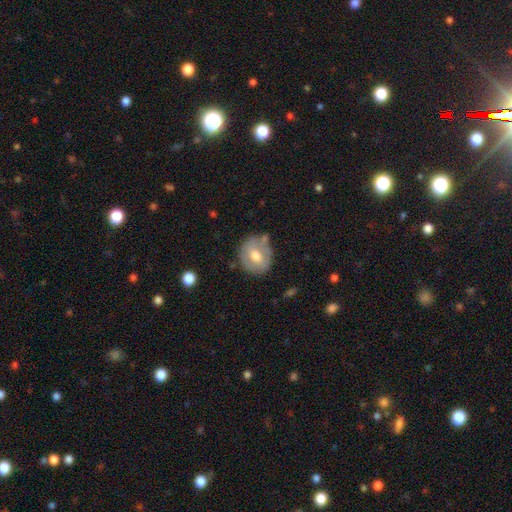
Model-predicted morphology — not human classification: Smooth or featured: smooth — 56% (featured or disk — 36%)
How rounded: round — 76% (in between — 23%)
Merging: none — 70% (minor disturbance — 18%)